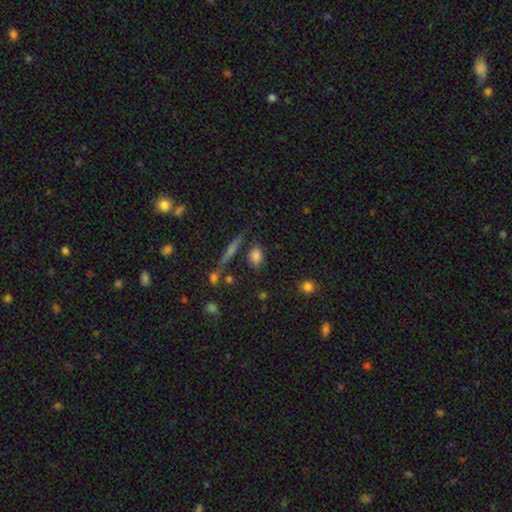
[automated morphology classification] Q: Smooth or featured?
A: smooth (80%); runner-up: star or artifact (11%)
Q: How rounded?
A: in between (63%); runner-up: round (31%)
Q: Merging?
A: none (71%); runner-up: minor disturbance (16%)